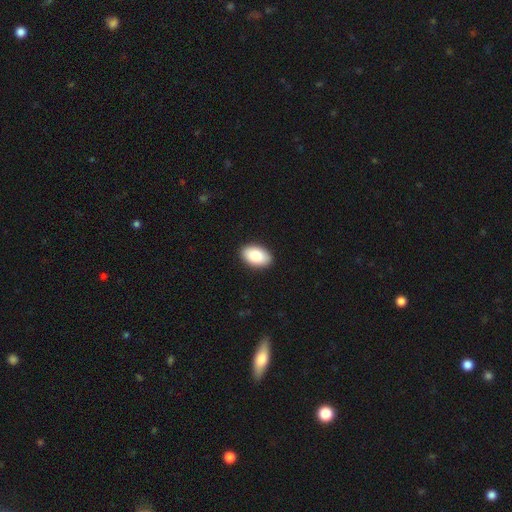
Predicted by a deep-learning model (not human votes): Overall: smooth (87%). How rounded: in between (93%). Merging: none (90%).